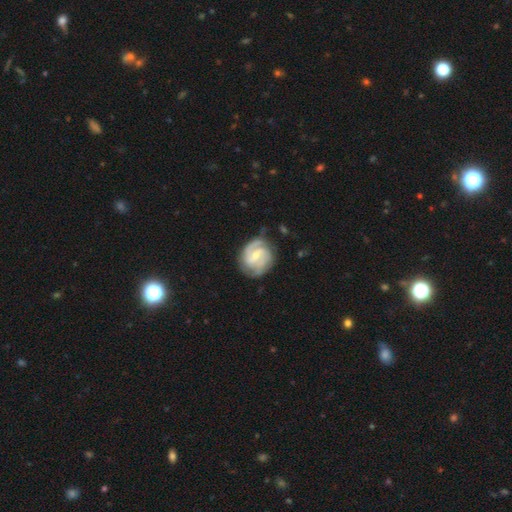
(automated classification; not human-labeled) A featured or disk galaxy (84%) with a weak bar (57%), 2 (67%) tight (46%) spiral arms (96%) and a small central bulge (57%).

Vote fractions:
- Smooth or featured? featured or disk: 84% / smooth: 11% / star or artifact: 5%
- Edge-on disk? no: 98% / yes: 2%
- Bar? weak: 57% / no: 22% / strong: 21%
- Spiral arms? yes: 96% / no: 4%
- Spiral winding? tight: 46% / medium: 42% / loose: 11%
- Spiral arm count? 2: 67% / 3: 13% / can't tell: 12% / 1: 3% / 4: 3% / more than 4: 2%
- Bulge size? small: 57% / moderate: 35% / none: 6% / large: 2% / dominant: 1%
- Merging? none: 73% / minor disturbance: 19% / major disturbance: 7% / merger: 2%